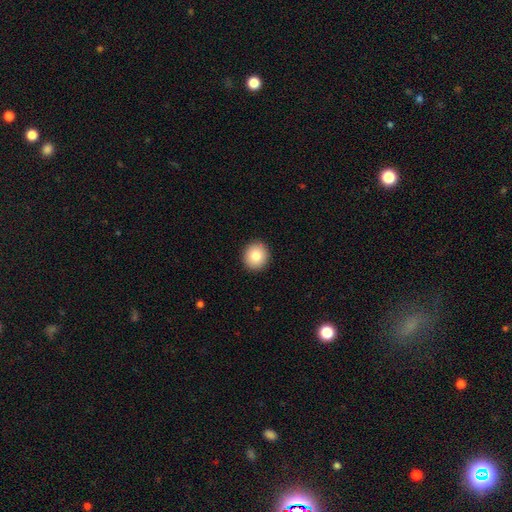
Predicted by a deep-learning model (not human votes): This is clearly a smooth galaxy (83%). How rounded: clearly round (89%). Merging: clearly none (93%).